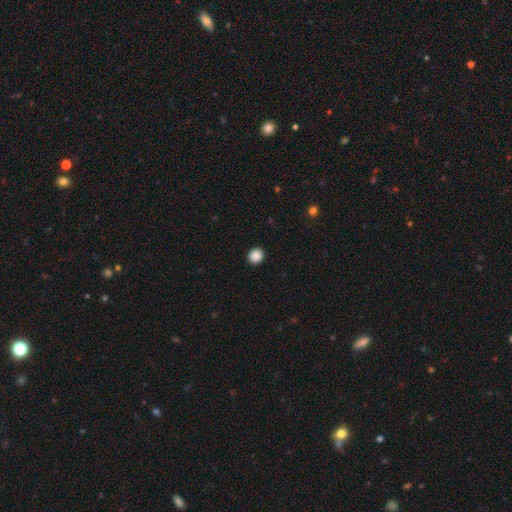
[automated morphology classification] A smooth galaxy with no disk features (89%) that is round (83%). Merging: none (92%).